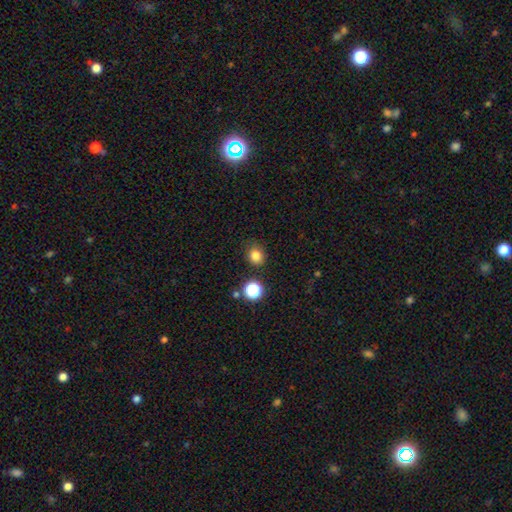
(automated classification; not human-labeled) This is clearly a smooth galaxy (81%). How rounded: likely round (71%). Merging: clearly none (81%).